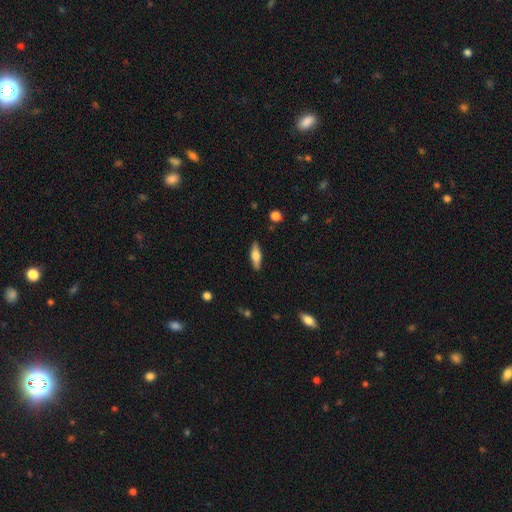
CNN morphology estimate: Overall: smooth (49%; featured or disk 45%). Merging: none (88%).